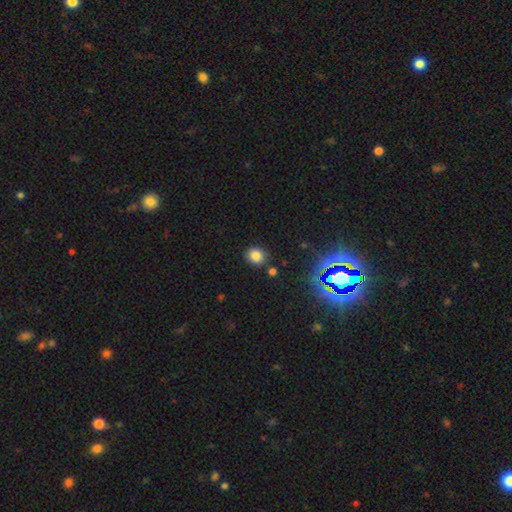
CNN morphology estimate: Overall: smooth (80%). How rounded: round (73%). Merging: none (83%).